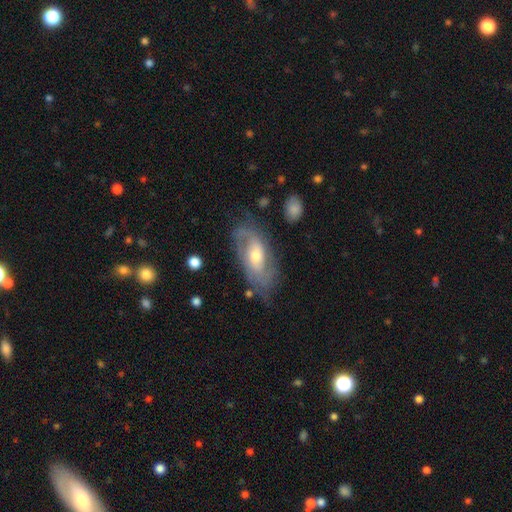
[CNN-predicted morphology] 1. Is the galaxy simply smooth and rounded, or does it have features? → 73% featured or disk, 21% smooth, 6% star or artifact.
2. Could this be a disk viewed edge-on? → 91% no, 9% yes.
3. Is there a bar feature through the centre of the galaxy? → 55% no, 35% weak, 10% strong.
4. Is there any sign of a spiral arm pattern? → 86% yes, 14% no.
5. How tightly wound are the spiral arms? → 41% medium, 37% tight, 22% loose.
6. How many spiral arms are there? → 56% 2, 28% can't tell, 7% 1, 6% 3, 2% 4, 2% more than 4.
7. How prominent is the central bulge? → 64% moderate, 28% small, 6% large, 1% none, 1% dominant.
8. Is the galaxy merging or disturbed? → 64% none, 22% minor disturbance, 11% major disturbance, 3% merger.